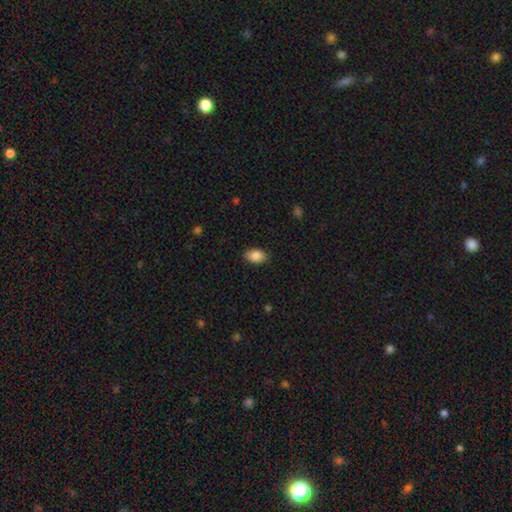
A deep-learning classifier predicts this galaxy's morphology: Smooth or featured? smooth (88%)
How rounded? in between (90%)
Merging? none (88%)